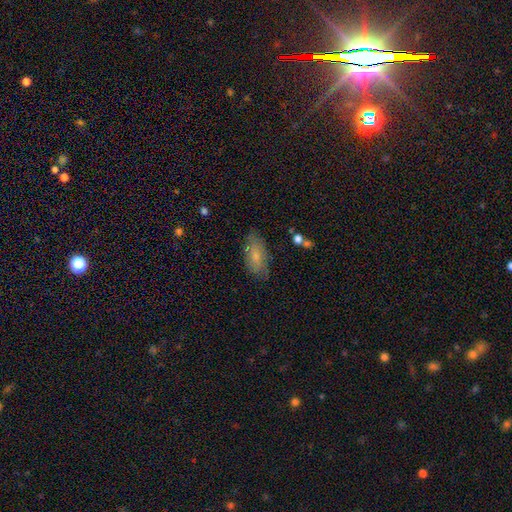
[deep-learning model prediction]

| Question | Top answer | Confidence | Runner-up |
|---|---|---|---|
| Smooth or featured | smooth | 67% | featured or disk (25%) |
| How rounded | in between | 90% | cigar-shaped (6%) |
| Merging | none | 71% | minor disturbance (21%) |